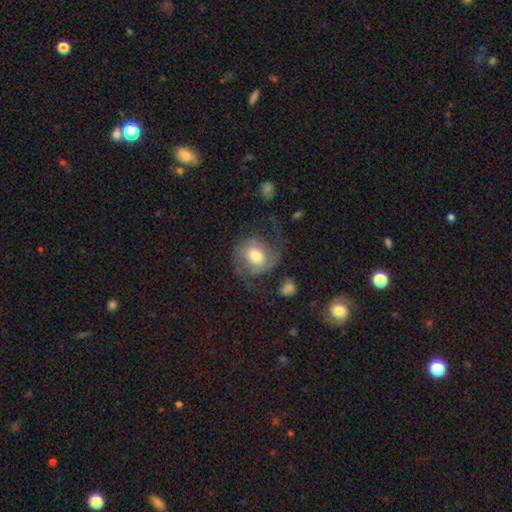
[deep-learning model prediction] This is likely a featured or disk galaxy (71%). It is clearly not viewed edge-on (98%). Bar: likely no (62%). Spiral arm pattern: clearly yes (91%). Spiral arm count: clearly 2 (85%). Spiral winding: possibly medium (46%). Central bulge: likely moderate (61%). Merging: possibly none (55%).